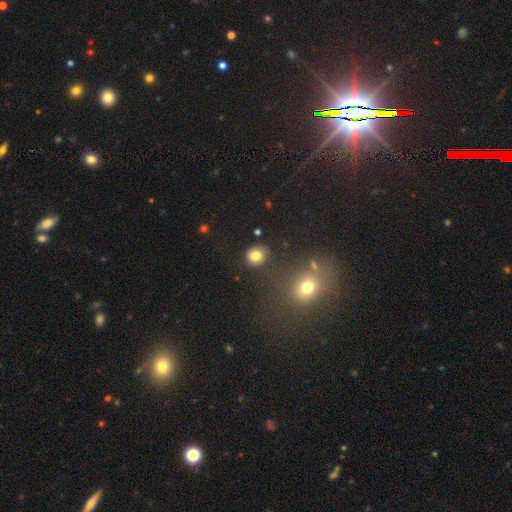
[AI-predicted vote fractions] A smooth galaxy with no disk features (81%) that is round (83%).

Vote fractions:
- Smooth or featured? smooth: 81% / star or artifact: 12% / featured or disk: 7%
- How rounded? round: 83% / in between: 16% / cigar-shaped: 1%
- Merging? none: 87% / minor disturbance: 8% / merger: 3% / major disturbance: 3%